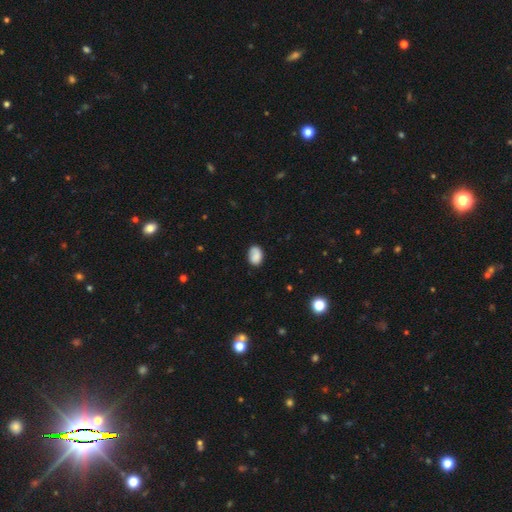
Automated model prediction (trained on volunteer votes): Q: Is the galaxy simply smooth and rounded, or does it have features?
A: smooth — 81%.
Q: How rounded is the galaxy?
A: in between — 79%.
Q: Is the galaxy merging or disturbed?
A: none — 74%.